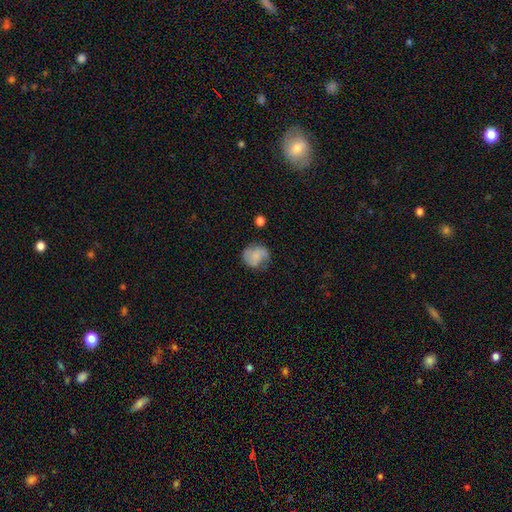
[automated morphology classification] Overall: smooth (60%; featured or disk 31%). How rounded: round (73%). Merging: none (57%; minor disturbance 27%).